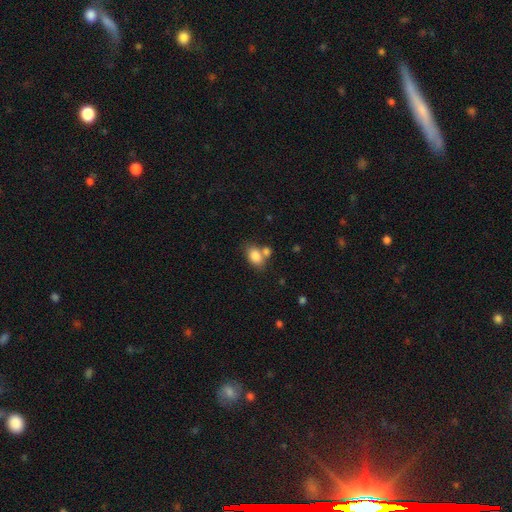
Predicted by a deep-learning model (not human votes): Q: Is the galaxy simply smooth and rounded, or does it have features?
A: smooth — 84%.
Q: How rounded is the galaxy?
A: in between — 82%.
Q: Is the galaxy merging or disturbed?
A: none — 52%.